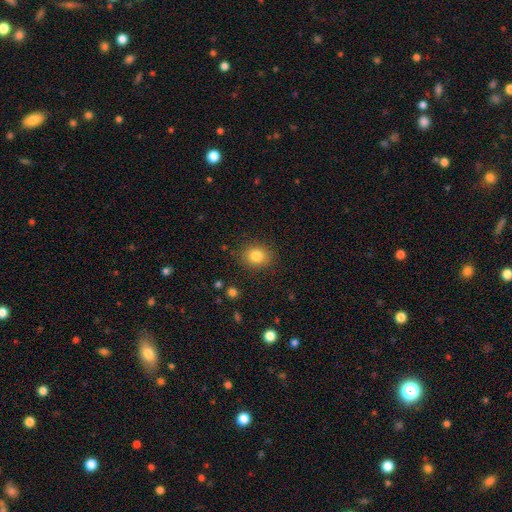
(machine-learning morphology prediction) This is clearly a smooth galaxy (83%). How rounded: likely round (63%). Merging: clearly none (86%).